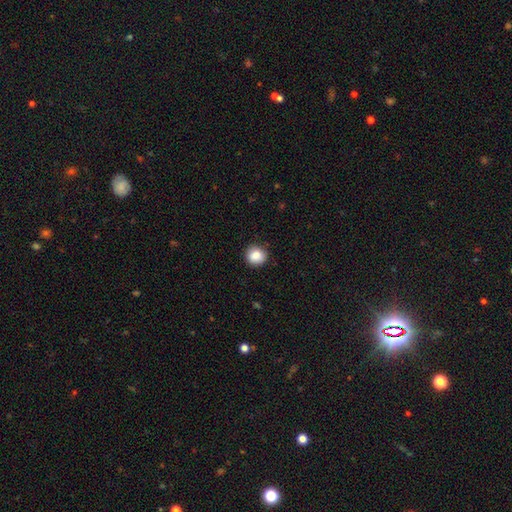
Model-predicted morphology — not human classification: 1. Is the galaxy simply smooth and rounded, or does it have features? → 88% smooth, 9% star or artifact, 4% featured or disk.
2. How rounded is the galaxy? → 89% round, 10% in between, 1% cigar-shaped.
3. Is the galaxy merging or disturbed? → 88% none, 9% minor disturbance, 2% major disturbance, 1% merger.